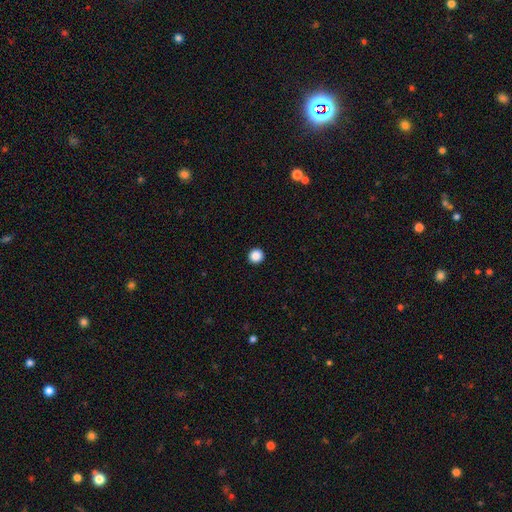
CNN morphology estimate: Smooth or featured: smooth — 88% (star or artifact — 9%)
How rounded: round — 96% (in between — 3%)
Merging: none — 94% (minor disturbance — 3%)